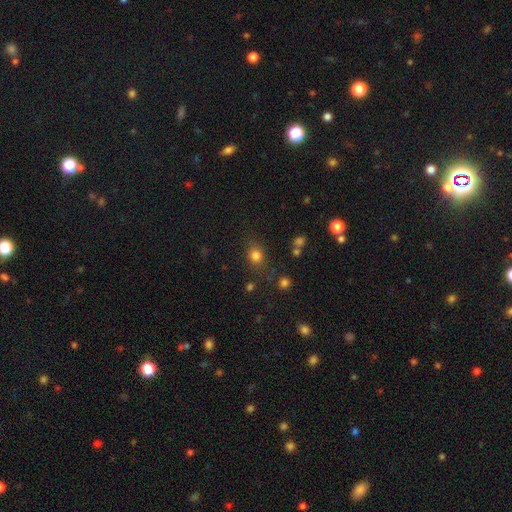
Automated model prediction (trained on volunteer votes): A smooth galaxy with no disk features (79%) that is round (69%). Merging: none (76%).